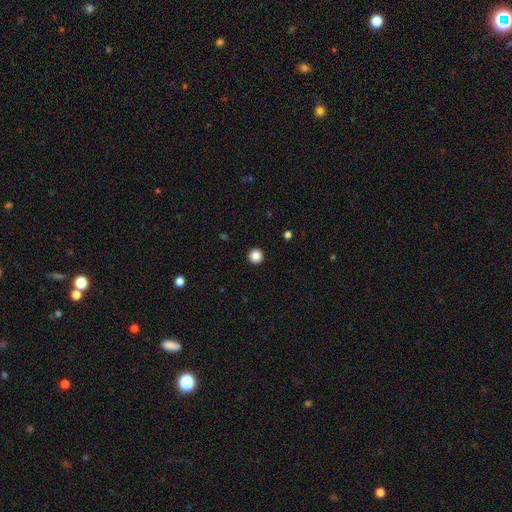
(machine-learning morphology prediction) Q: Smooth or featured?
A: smooth (86%); runner-up: star or artifact (11%)
Q: How rounded?
A: round (96%); runner-up: in between (3%)
Q: Merging?
A: none (94%); runner-up: minor disturbance (4%)